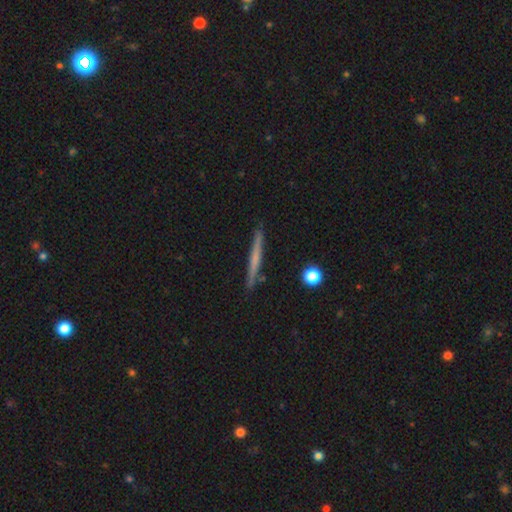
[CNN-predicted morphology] This appears to be a smooth galaxy with no disk features (48%). Merging: none (89%).